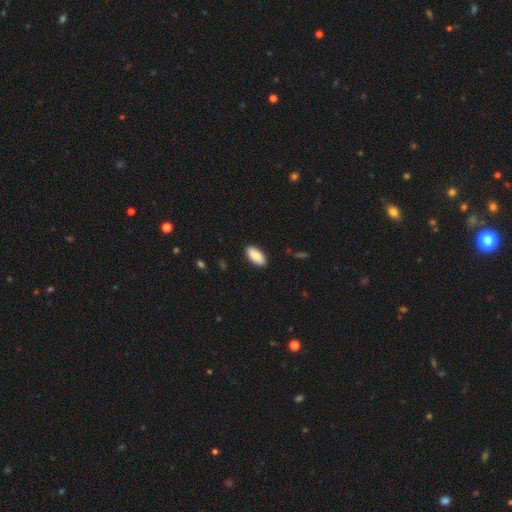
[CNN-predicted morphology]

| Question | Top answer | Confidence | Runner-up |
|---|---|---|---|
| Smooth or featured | smooth | 88% | featured or disk (6%) |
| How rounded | in between | 92% | cigar-shaped (6%) |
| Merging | none | 89% | minor disturbance (8%) |